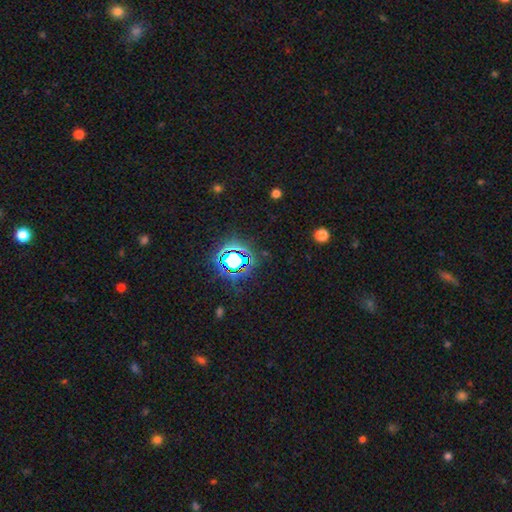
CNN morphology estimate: Smooth or featured? star or artifact (78%)